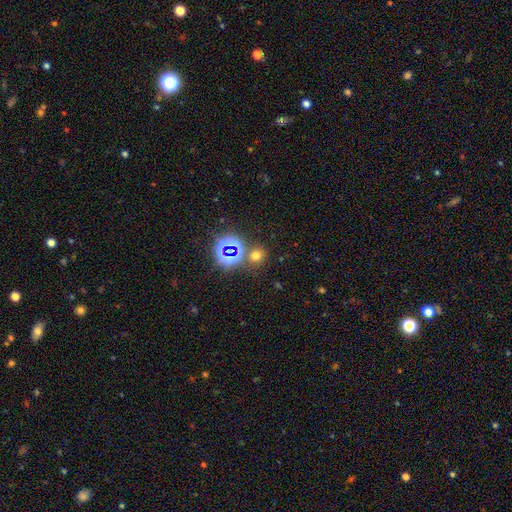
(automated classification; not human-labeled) This appears to be a smooth galaxy with no disk features (59%) that is round (80%). Merging: none (78%).